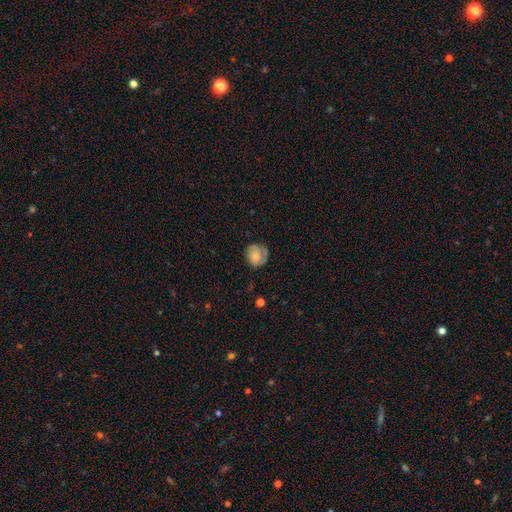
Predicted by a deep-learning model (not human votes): smooth_or_featured: smooth (p=0.64) [alt: featured or disk p=0.28]
how_rounded: round (p=0.80) [alt: in between p=0.19]
merging: none (p=0.64) [alt: minor disturbance p=0.25]